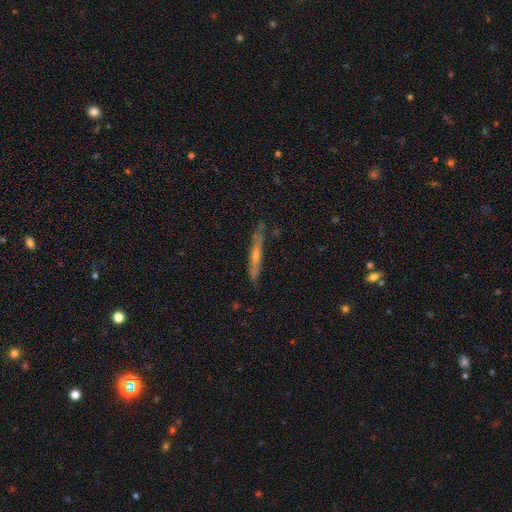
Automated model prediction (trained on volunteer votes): Overall: featured or disk (63%; smooth 30%). Edge-on disk: yes (94%). Edge-on bulge: rounded (69%). Merging: none (82%).